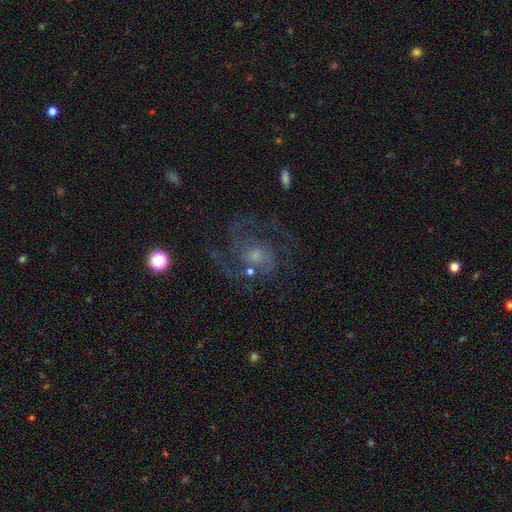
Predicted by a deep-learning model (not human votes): A featured or disk galaxy (80%) with no bar (69%), 2 (42%) medium (52%) spiral arms (92%) and a small central bulge (51%).

Vote fractions:
- Smooth or featured? featured or disk: 80% / smooth: 10% / star or artifact: 9%
- Edge-on disk? no: 98% / yes: 2%
- Bar? no: 69% / weak: 27% / strong: 4%
- Spiral arms? yes: 92% / no: 8%
- Spiral winding? medium: 52% / tight: 29% / loose: 20%
- Spiral arm count? 2: 42% / 3: 21% / can't tell: 19% / 1: 6% / 4: 6% / more than 4: 5%
- Bulge size? small: 51% / moderate: 36% / none: 8% / large: 4% / dominant: 1%
- Merging? none: 61% / major disturbance: 18% / minor disturbance: 16% / merger: 4%